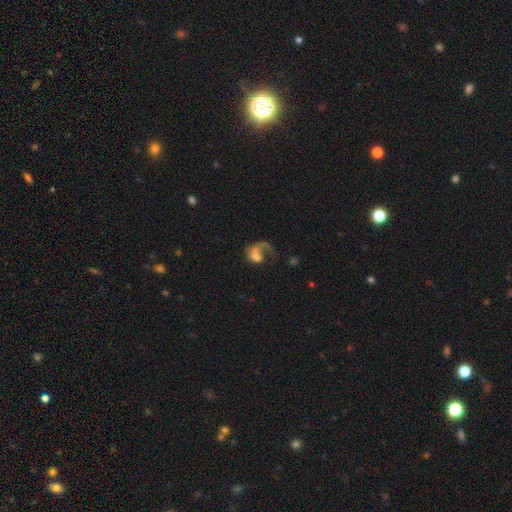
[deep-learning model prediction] Smooth or featured? Predicted: featured or disk (p=0.54). Edge-on disk? Predicted: no (p=0.97). Bar? Predicted: no (p=0.76). Spiral arms? Predicted: yes (p=0.66). Bulge size? Predicted: moderate (p=0.36). Merging? Predicted: major disturbance (p=0.50).